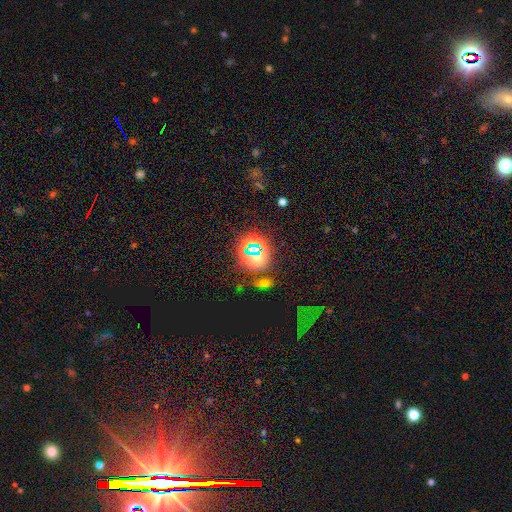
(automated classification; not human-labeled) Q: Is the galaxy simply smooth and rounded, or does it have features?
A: star or artifact — 70%.